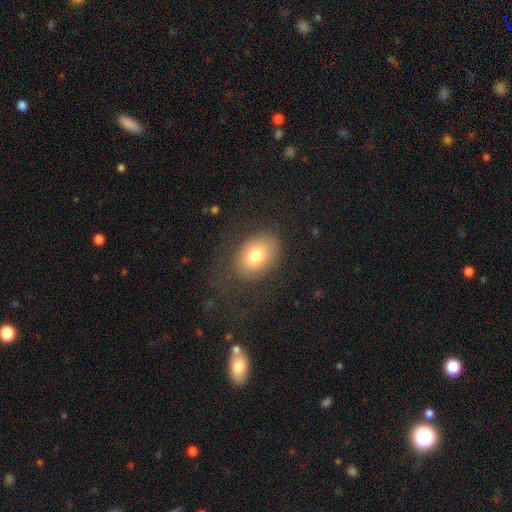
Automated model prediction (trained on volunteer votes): Morphology: type=smooth (77%); roundness=in between (76%); merging=none (73%).